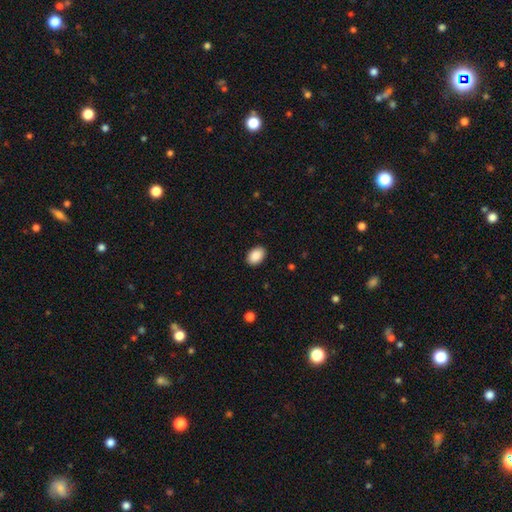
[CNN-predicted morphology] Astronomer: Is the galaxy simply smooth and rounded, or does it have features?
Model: smooth — 90%.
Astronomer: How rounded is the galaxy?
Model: in between — 85%.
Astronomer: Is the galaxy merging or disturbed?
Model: none — 90%.